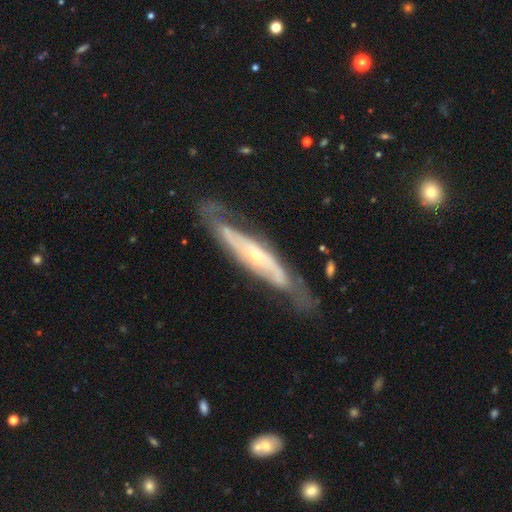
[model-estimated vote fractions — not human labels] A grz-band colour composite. It shows a featured or disk galaxy (79%). Merging: none (68%).